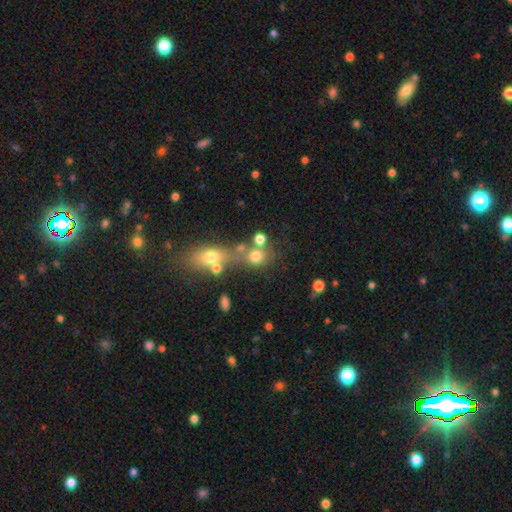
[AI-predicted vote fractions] Smooth or featured: smooth — 71% (star or artifact — 16%)
How rounded: round — 74% (in between — 23%)
Merging: none — 46% (merger — 36%)